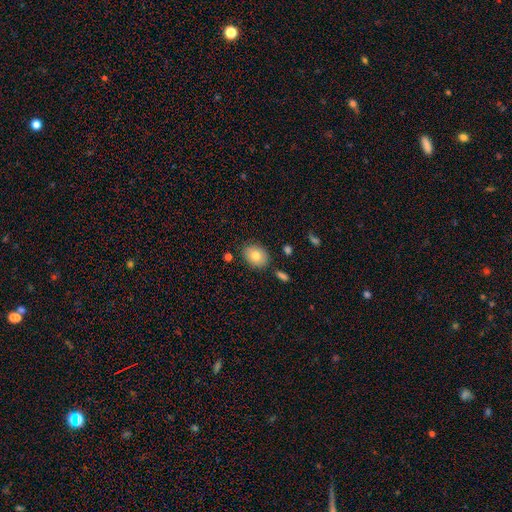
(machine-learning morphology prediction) type=smooth (80%); roundness=in between (68%); merging=none (82%).